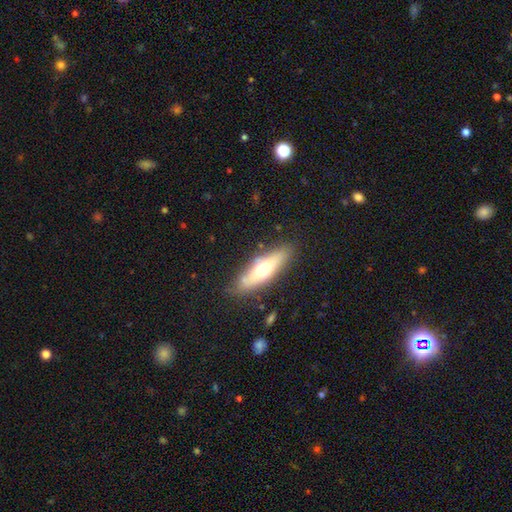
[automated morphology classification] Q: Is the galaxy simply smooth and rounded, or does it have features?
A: featured or disk — 49%.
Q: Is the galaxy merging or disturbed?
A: none — 86%.